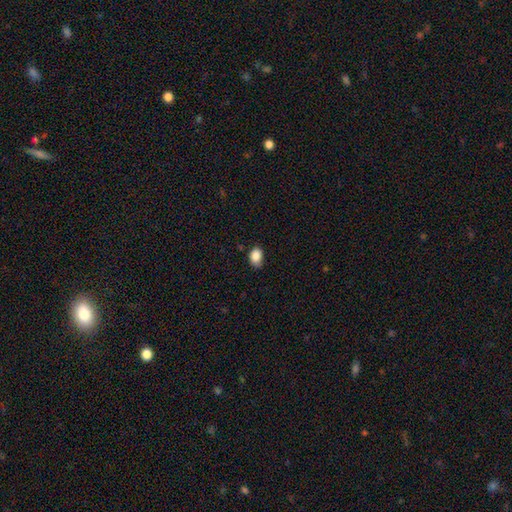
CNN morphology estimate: Overall: smooth (87%). How rounded: in between (76%). Merging: none (67%).